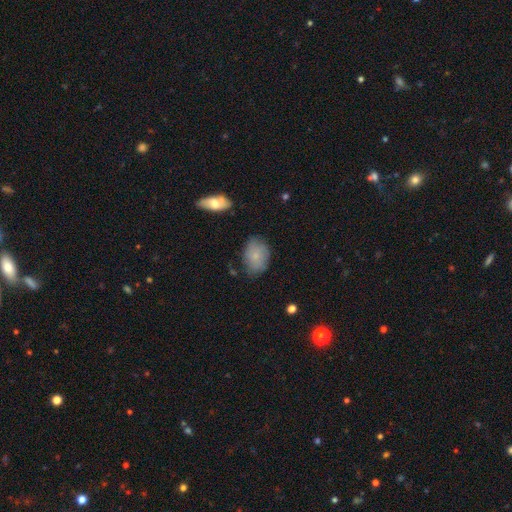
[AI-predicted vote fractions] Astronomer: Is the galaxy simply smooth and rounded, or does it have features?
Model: smooth — 76%.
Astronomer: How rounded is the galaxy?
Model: in between — 80%.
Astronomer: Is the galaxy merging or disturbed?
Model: none — 68%.